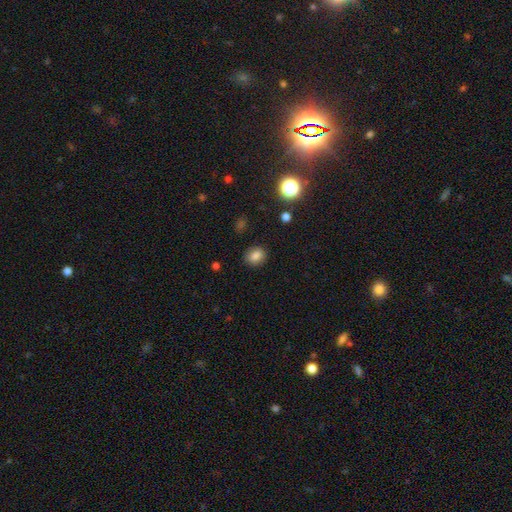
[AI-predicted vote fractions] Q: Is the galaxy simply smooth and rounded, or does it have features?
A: smooth — 82%.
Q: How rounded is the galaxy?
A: round — 63%.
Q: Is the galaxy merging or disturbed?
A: none — 88%.